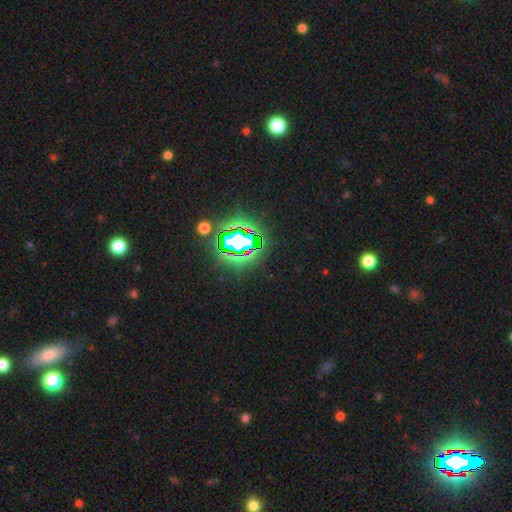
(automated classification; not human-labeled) Smooth or featured? Predicted: star or artifact (p=0.84).